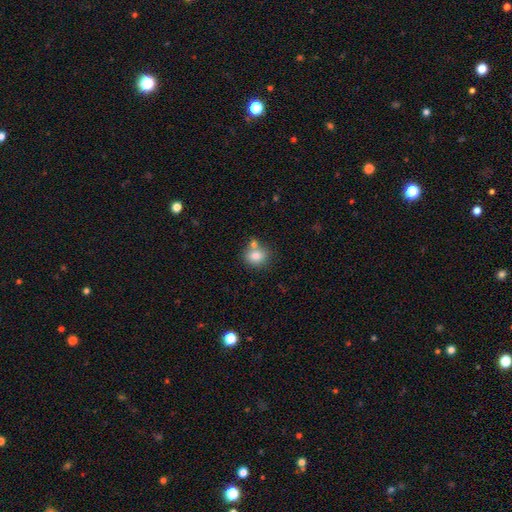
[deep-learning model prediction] A smooth galaxy with no disk features (80%) that is round (62%).

Vote fractions:
- Smooth or featured? smooth: 80% / featured or disk: 10% / star or artifact: 10%
- How rounded? round: 62% / in between: 37% / cigar-shaped: 1%
- Merging? none: 58% / merger: 26% / minor disturbance: 12% / major disturbance: 4%